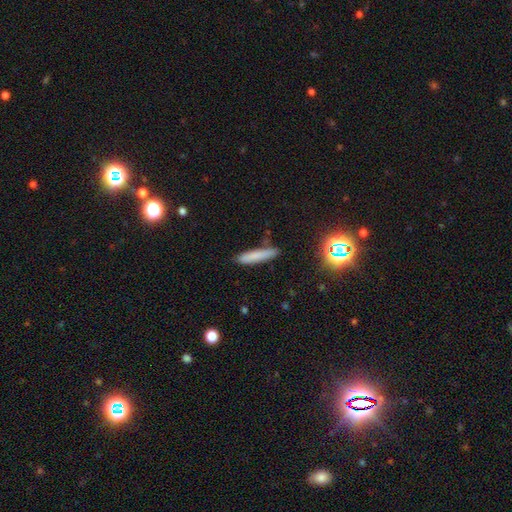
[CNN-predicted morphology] Q: Smooth or featured?
A: smooth (75%); runner-up: featured or disk (13%)
Q: How rounded?
A: cigar-shaped (90%); runner-up: in between (8%)
Q: Merging?
A: none (82%); runner-up: minor disturbance (13%)